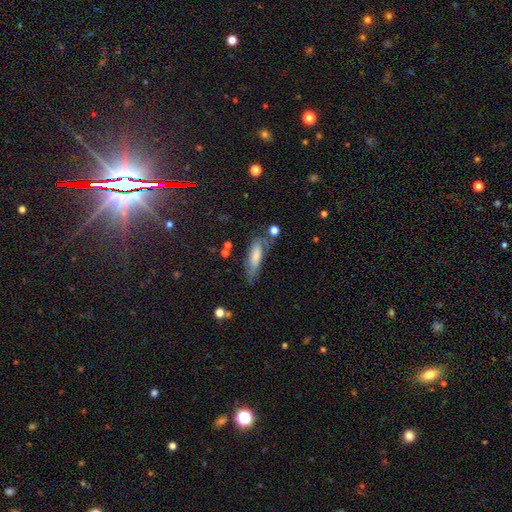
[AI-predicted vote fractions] smooth 66%, featured or disk 26%, star or artifact 8%. Down the decision tree: how rounded — cigar-shaped (51%); merging — none (57%).